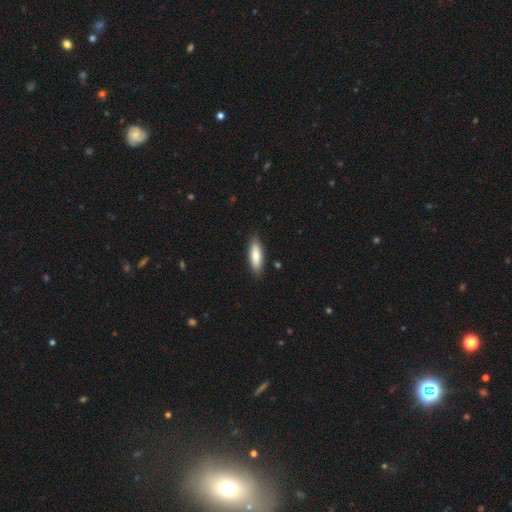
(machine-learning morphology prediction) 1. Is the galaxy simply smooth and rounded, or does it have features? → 80% smooth, 14% featured or disk, 5% star or artifact.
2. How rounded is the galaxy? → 49% in between (tied), 49% cigar-shaped (tied), 1% round.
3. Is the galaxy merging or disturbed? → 86% none, 11% minor disturbance, 2% major disturbance, 1% merger.